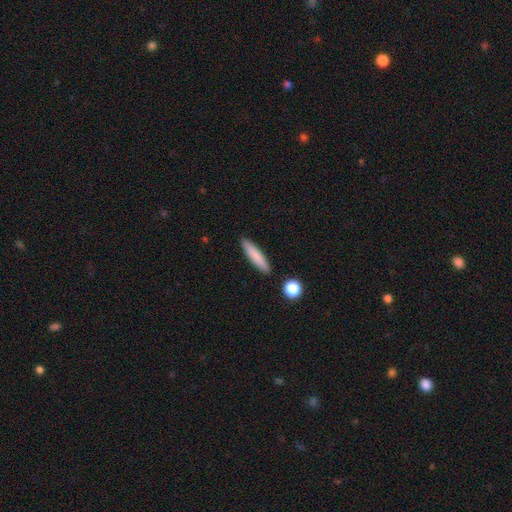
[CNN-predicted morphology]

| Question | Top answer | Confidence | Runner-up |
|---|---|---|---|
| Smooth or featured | smooth | 82% | featured or disk (12%) |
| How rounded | cigar-shaped | 84% | in between (14%) |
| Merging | none | 89% | minor disturbance (7%) |